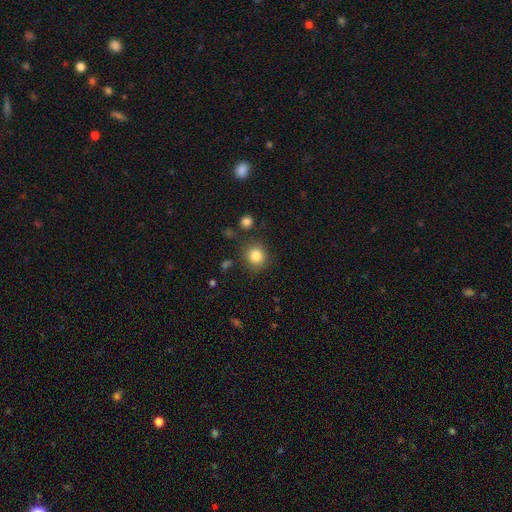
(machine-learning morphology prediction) The model was most divided on "smooth or featured": smooth: 84%, star or artifact: 11%, featured or disk: 6%. More confident: how rounded — round (88%); merging — none (84%).